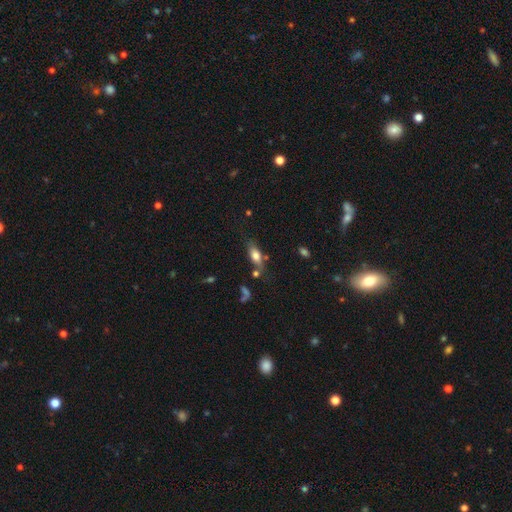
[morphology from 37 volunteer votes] Smooth or featured?
  - smooth: 65% *
  - featured or disk: 32%
  - star or artifact: 3%
How rounded?
  - in between: 54% *
  - cigar-shaped: 46%
  - round: 0%
Merging?
  - none: 53% *
  - minor disturbance: 31%
  - major disturbance: 11%
  - merger: 6%